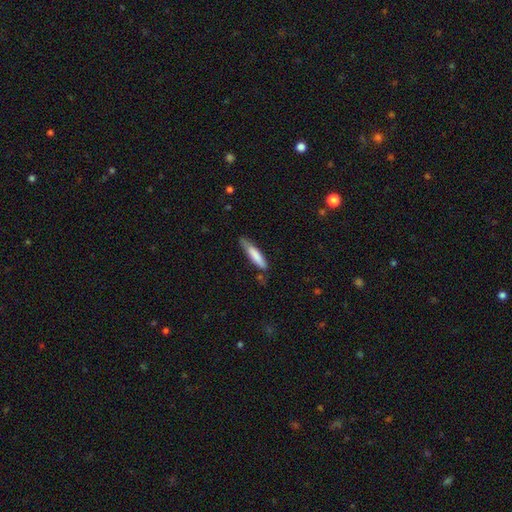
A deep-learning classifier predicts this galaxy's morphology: smooth_or_featured: smooth (p=0.79) [alt: featured or disk p=0.16]
how_rounded: cigar-shaped (p=0.82) [alt: in between p=0.17]
merging: none (p=0.63) [alt: minor disturbance p=0.28]